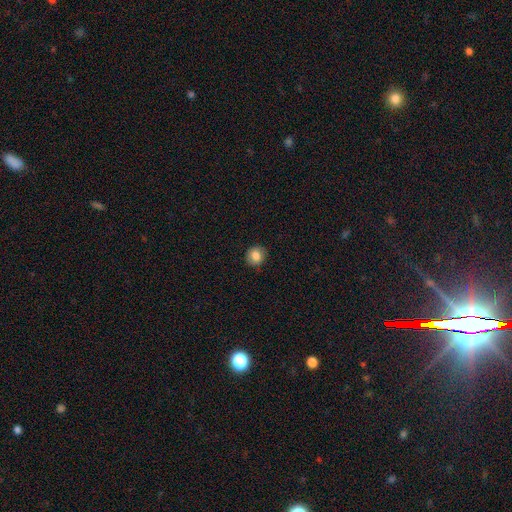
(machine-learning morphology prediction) This is clearly a smooth galaxy (82%). How rounded: clearly round (81%). Merging: clearly none (87%).